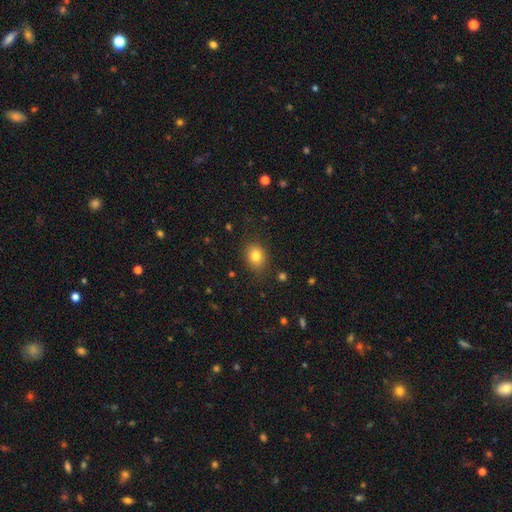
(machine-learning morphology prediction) Smooth or featured?
  - smooth: 81% *
  - star or artifact: 11%
  - featured or disk: 8%
How rounded?
  - in between: 50% *
  - round: 49%
  - cigar-shaped: 1%
Merging?
  - none: 83% *
  - minor disturbance: 12%
  - major disturbance: 3%
  - merger: 1%